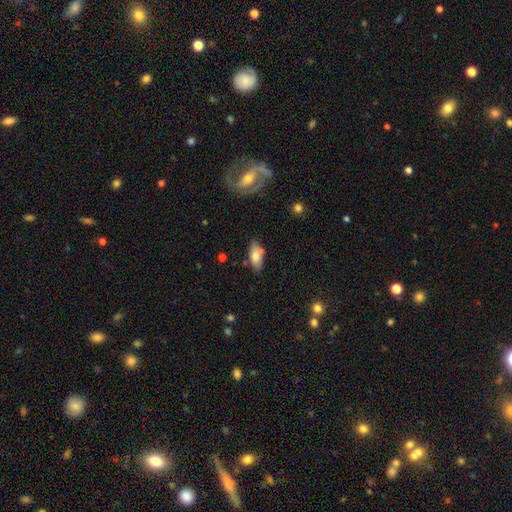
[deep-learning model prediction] smooth-or-featured: smooth: 75% | featured or disk: 19% | star or artifact: 7%
  how-rounded: in between: 86% | cigar-shaped: 11% | round: 3%
  merging: none: 73% | minor disturbance: 19% | merger: 4% | major disturbance: 3%